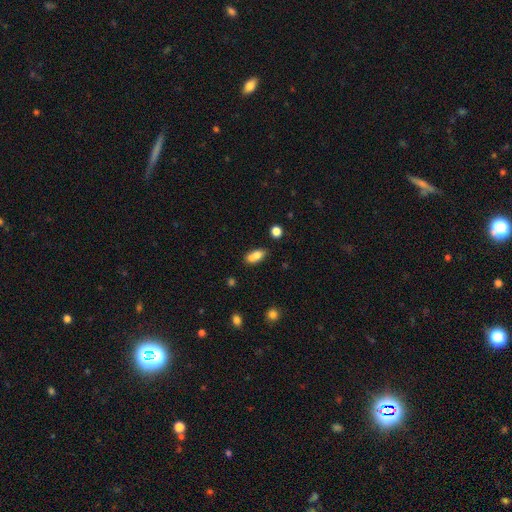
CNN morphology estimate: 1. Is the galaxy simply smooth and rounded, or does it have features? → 73% smooth, 17% featured or disk, 10% star or artifact.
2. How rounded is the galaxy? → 76% in between, 17% round, 6% cigar-shaped.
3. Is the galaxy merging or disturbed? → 45% merger, 37% none, 13% minor disturbance, 5% major disturbance.